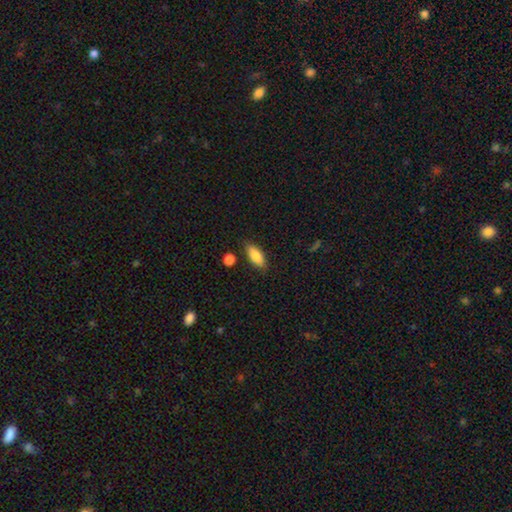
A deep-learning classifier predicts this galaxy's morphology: This appears to be a smooth galaxy with no disk features (85%) that is in between round and cigar-shaped (79%). Merging: none (83%).